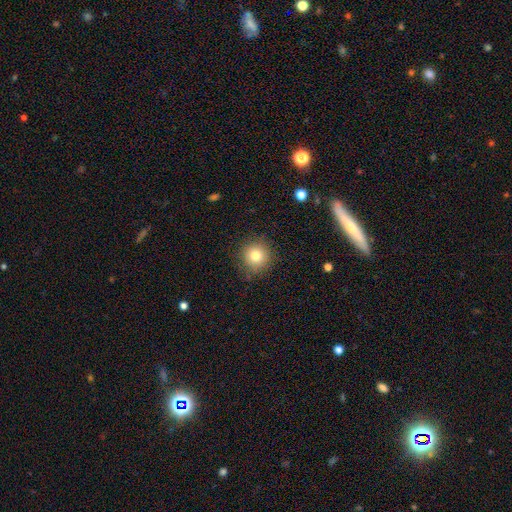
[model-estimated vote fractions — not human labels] Smooth or featured? Predicted: smooth (p=0.78). How rounded? Predicted: round (p=0.94). Merging? Predicted: none (p=0.85).